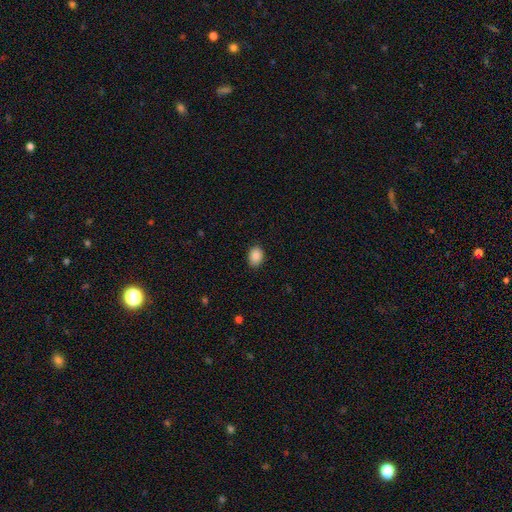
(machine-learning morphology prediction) Overall: smooth (89%). How rounded: in between (71%). Merging: none (87%).